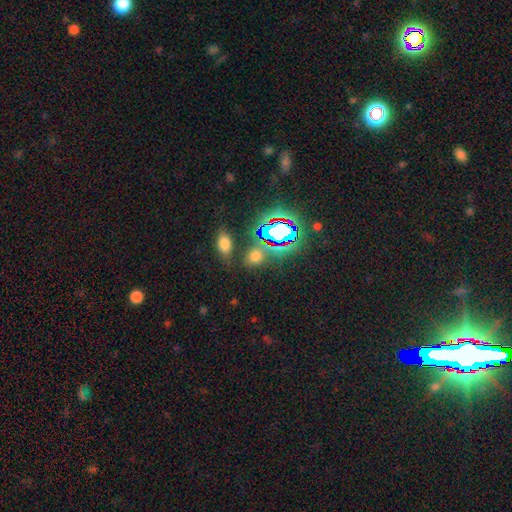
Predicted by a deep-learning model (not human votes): The model was most divided on "how rounded": in between: 55%, round: 42%, cigar-shaped: 3%. More confident: merging — none (72%); smooth or featured — smooth (52%).